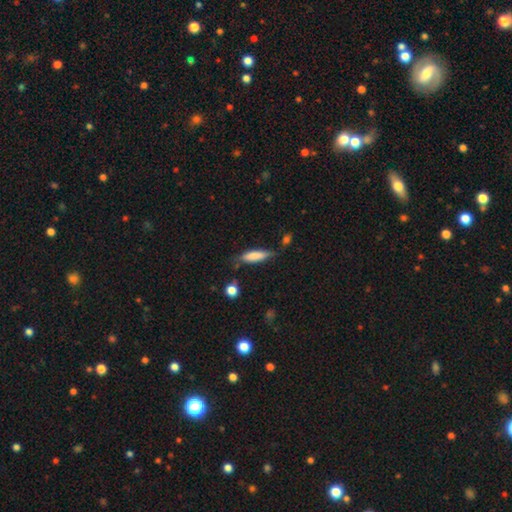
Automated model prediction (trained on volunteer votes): smooth_or_featured: smooth (p=0.78) [alt: featured or disk p=0.16]
how_rounded: cigar-shaped (p=0.63) [alt: in between p=0.35]
merging: none (p=0.64) [alt: minor disturbance p=0.25]